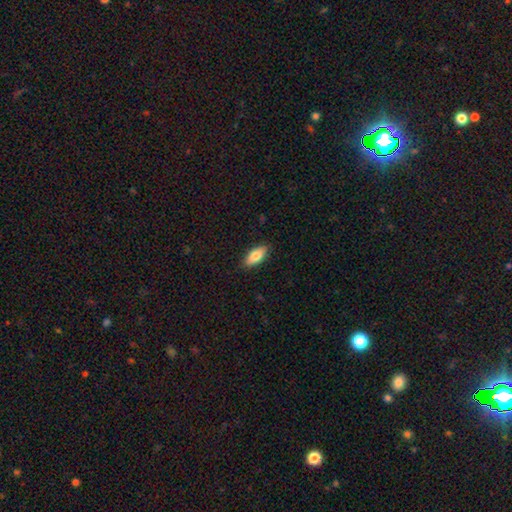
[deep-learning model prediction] smooth 79%, featured or disk 15%, star or artifact 6%. Down the decision tree: how rounded — in between (82%); merging — none (88%).